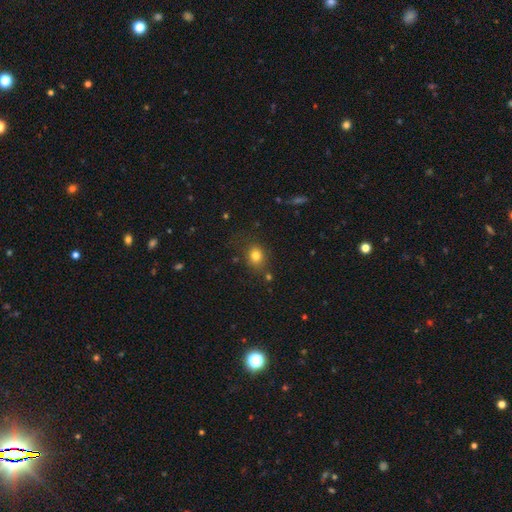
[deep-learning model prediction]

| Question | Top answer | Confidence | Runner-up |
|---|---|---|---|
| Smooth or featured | smooth | 79% | star or artifact (13%) |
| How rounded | round | 65% | in between (34%) |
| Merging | none | 76% | minor disturbance (15%) |